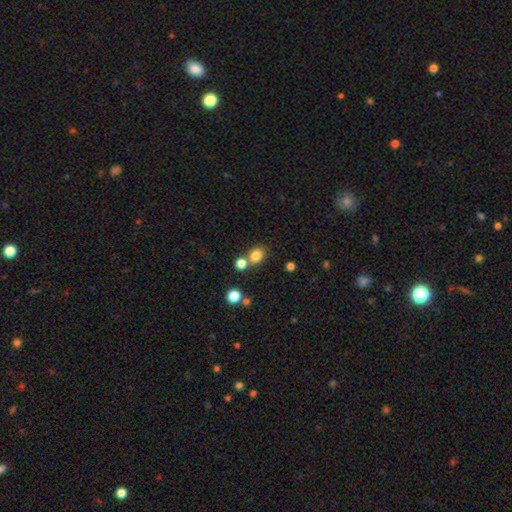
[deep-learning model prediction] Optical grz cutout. It shows a smooth galaxy with no disk features (80%) that is round (66%). Merging: none (64%).